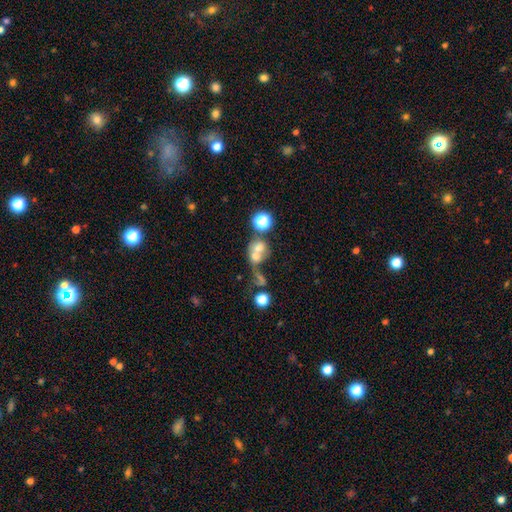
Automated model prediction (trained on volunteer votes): Smooth or featured?
  - smooth: 48% *
  - featured or disk: 31%
  - star or artifact: 22%
Merging?
  - merger: 57% *
  - none: 21%
  - major disturbance: 14%
  - minor disturbance: 8%